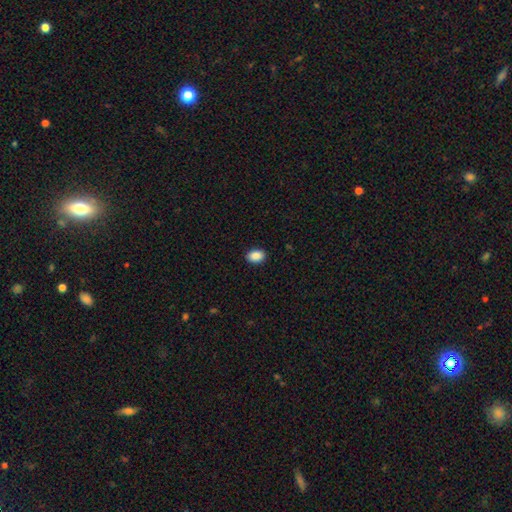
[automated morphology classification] A smooth galaxy with no disk features (89%) that is in between round and cigar-shaped (78%).

Vote fractions:
- Smooth or featured? smooth: 89% / star or artifact: 8% / featured or disk: 3%
- How rounded? in between: 78% / round: 21% / cigar-shaped: 1%
- Merging? none: 90% / minor disturbance: 7% / major disturbance: 2% / merger: 1%